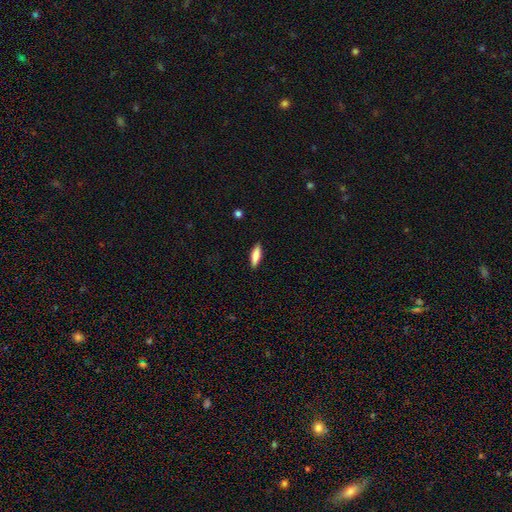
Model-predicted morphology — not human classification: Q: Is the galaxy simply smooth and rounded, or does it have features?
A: smooth — 79%.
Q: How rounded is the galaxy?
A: cigar-shaped — 53%.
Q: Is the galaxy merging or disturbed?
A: none — 89%.